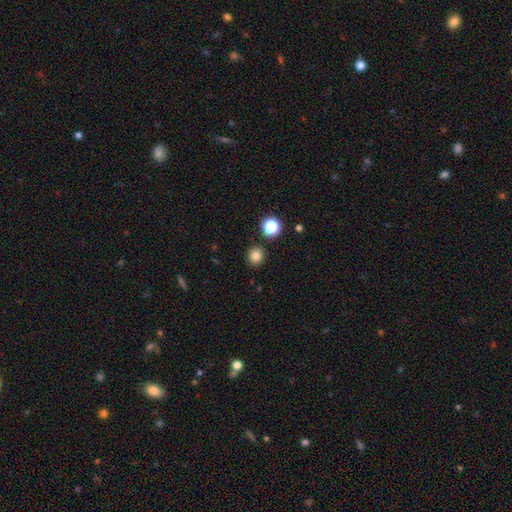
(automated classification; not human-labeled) This appears to be a smooth galaxy with no disk features (80%) that is round (89%). Merging: none (89%).